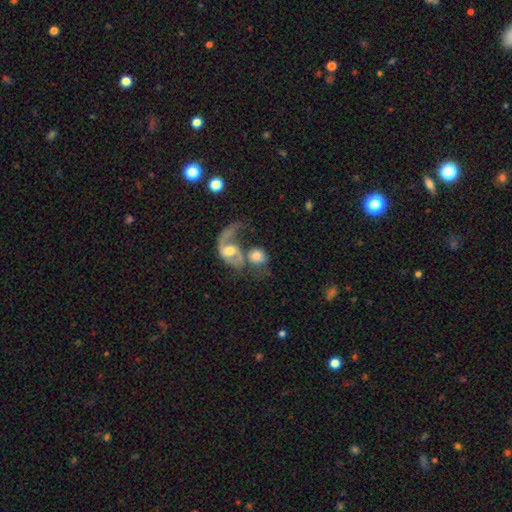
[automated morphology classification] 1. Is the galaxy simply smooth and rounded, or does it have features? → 48% smooth, 44% featured or disk, 8% star or artifact.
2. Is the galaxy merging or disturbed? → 61% merger, 16% major disturbance, 16% none, 7% minor disturbance.